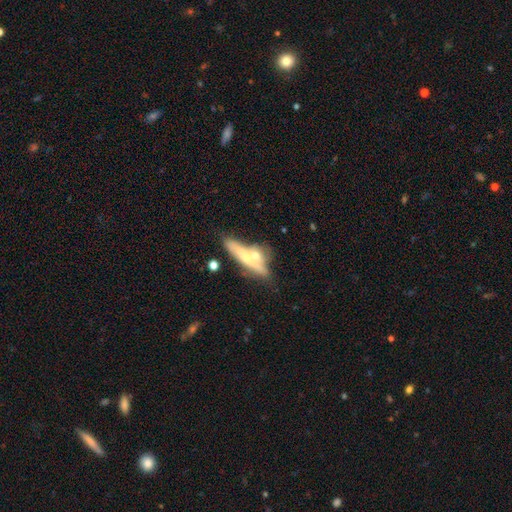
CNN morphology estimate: smooth-or-featured: smooth: 50% | featured or disk: 43% | star or artifact: 7%
  how-rounded: cigar-shaped: 58% | in between: 34% | round: 7%
  merging: merger: 44% | none: 37% | minor disturbance: 13% | major disturbance: 7%